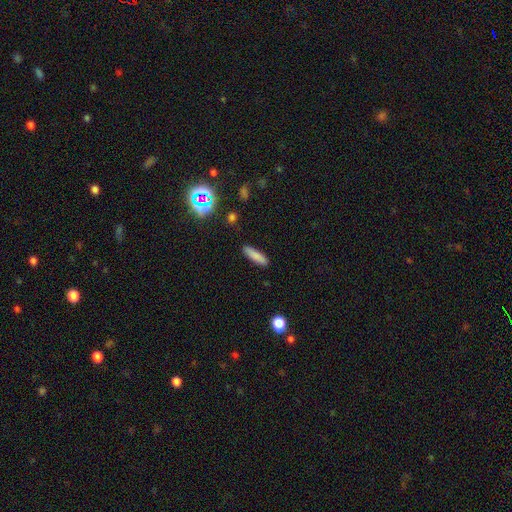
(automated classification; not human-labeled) Smooth or featured?
  - smooth: 83% *
  - star or artifact: 9%
  - featured or disk: 8%
How rounded?
  - cigar-shaped: 73% *
  - in between: 26%
  - round: 2%
Merging?
  - none: 89% *
  - minor disturbance: 8%
  - major disturbance: 2%
  - merger: 1%